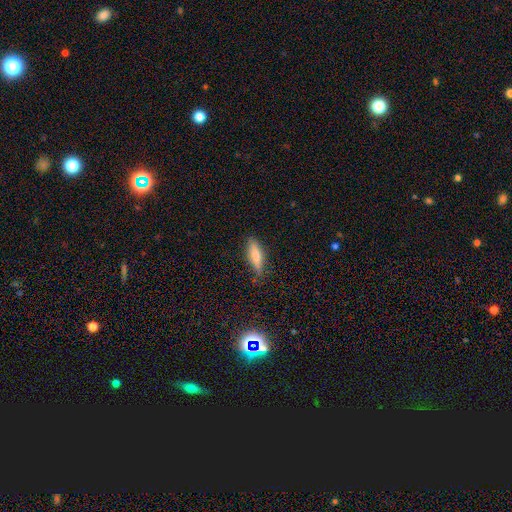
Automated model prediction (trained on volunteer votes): smooth-or-featured: smooth: 72% | featured or disk: 21% | star or artifact: 7%
  how-rounded: cigar-shaped: 55% | in between: 43% | round: 2%
  merging: none: 77% | minor disturbance: 18% | major disturbance: 4% | merger: 2%